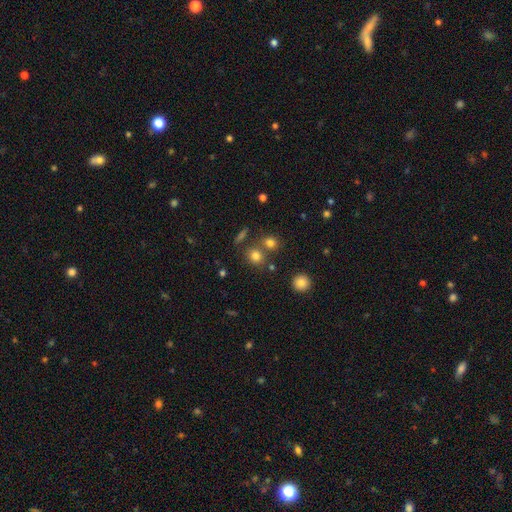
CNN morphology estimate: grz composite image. It shows a smooth galaxy with no disk features (77%) that is round (78%). Merging: none (67%).